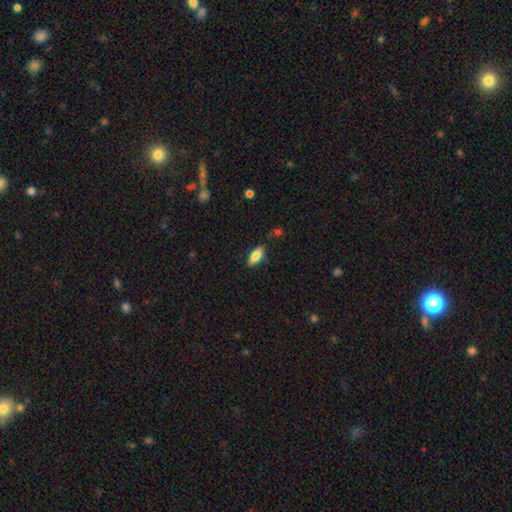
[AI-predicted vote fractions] Morphology: type=smooth (76%); roundness=in between (78%); merging=none (81%).